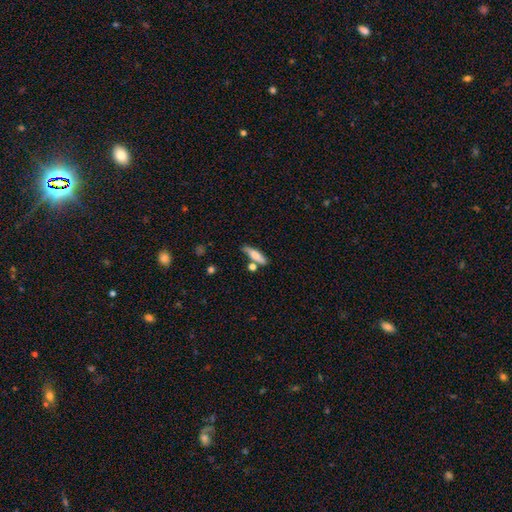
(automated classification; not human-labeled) This is likely a smooth galaxy (73%). How rounded: likely cigar-shaped (67%). Merging: likely none (66%).